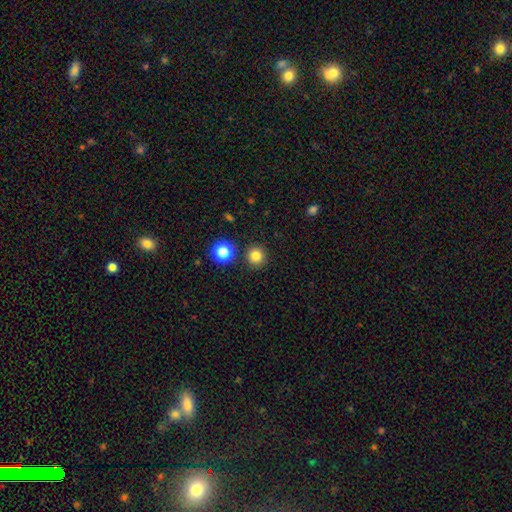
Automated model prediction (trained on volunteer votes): This is clearly a smooth galaxy (81%). How rounded: clearly round (95%). Merging: clearly none (89%).